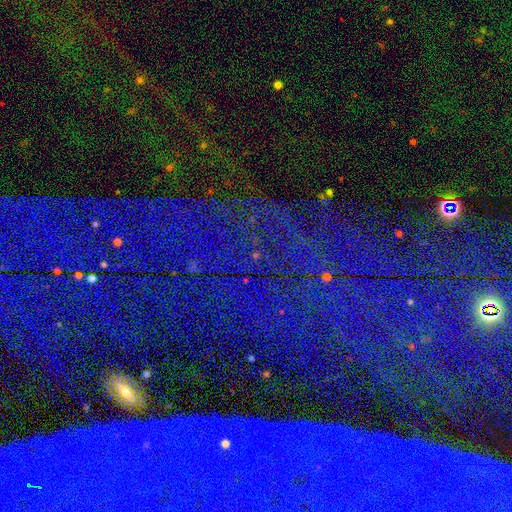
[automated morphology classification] type=star or artifact (83%).